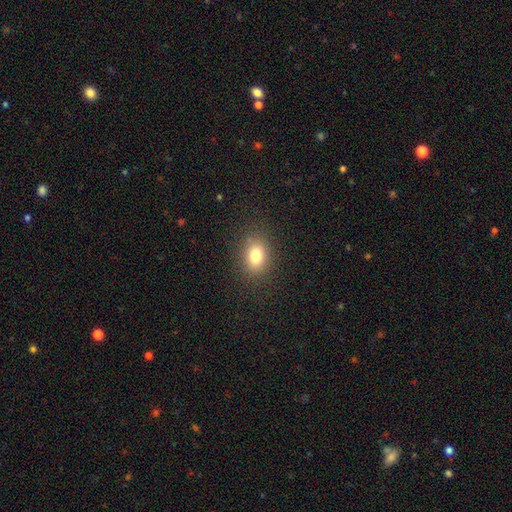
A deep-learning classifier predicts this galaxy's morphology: The model was most divided on "how rounded": in between: 66%, round: 33%, cigar-shaped: 1%. More confident: merging — none (85%); smooth or featured — smooth (80%).